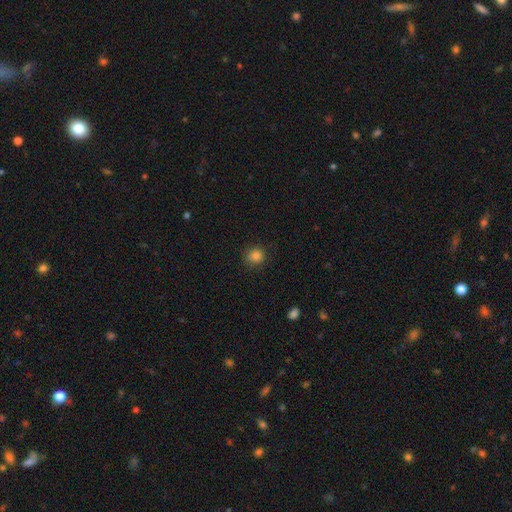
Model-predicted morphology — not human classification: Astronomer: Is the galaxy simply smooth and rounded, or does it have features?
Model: smooth — 85%.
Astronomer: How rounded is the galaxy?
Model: round — 86%.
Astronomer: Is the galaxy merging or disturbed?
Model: none — 85%.